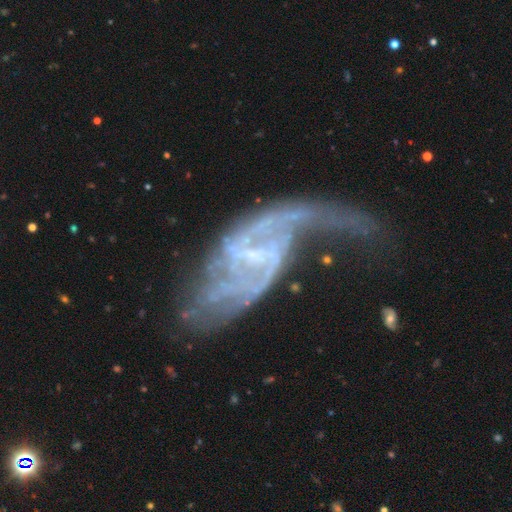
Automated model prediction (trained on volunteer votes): Smooth or featured? Predicted: featured or disk (p=0.88). Edge-on disk? Predicted: no (p=0.95). Bar? Predicted: weak (p=0.51). Spiral arms? Predicted: yes (p=0.92). Spiral winding? Predicted: loose (p=0.60). Spiral arm count? Predicted: 2 (p=0.62). Bulge size? Predicted: small (p=0.68). Merging? Predicted: major disturbance (p=0.42).